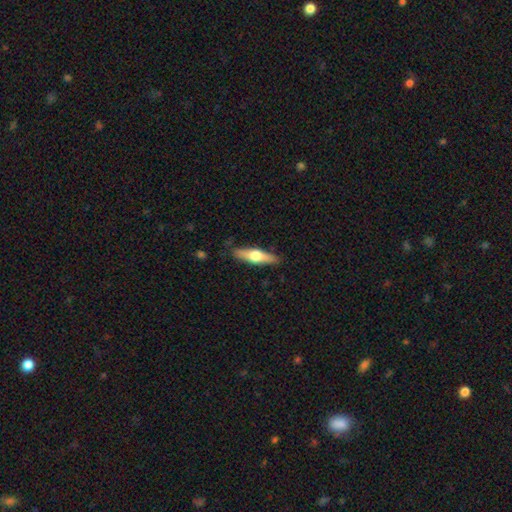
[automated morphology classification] type=featured or disk (48%); merging=none (86%).